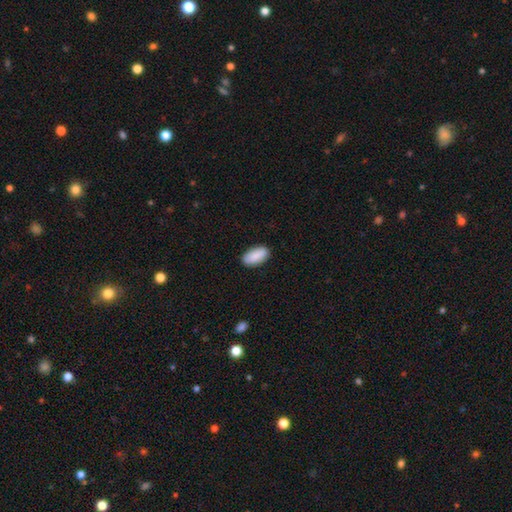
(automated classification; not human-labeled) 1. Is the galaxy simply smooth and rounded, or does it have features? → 89% smooth, 6% star or artifact, 5% featured or disk.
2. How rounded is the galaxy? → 93% in between, 5% cigar-shaped, 2% round.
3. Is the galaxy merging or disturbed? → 89% none, 8% minor disturbance, 2% major disturbance, 1% merger.